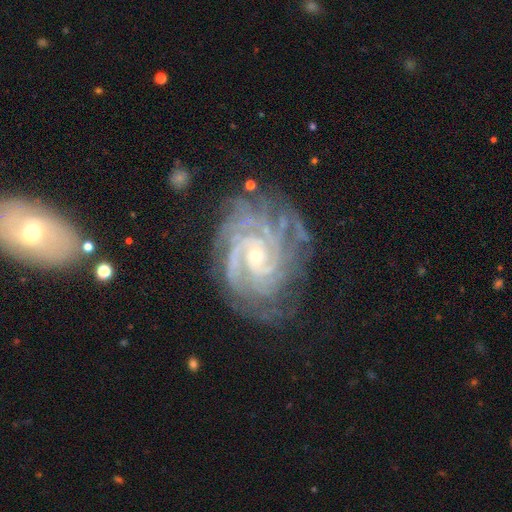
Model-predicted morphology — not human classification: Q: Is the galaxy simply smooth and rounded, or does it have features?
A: featured or disk — 91%.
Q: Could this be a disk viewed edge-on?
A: no — 97%.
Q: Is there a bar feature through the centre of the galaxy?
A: no — 61%.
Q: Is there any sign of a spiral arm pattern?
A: yes — 98%.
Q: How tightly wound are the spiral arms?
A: tight — 77%.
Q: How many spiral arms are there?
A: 4 — 23%.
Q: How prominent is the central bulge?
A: small — 69%.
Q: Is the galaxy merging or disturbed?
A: none — 72%.